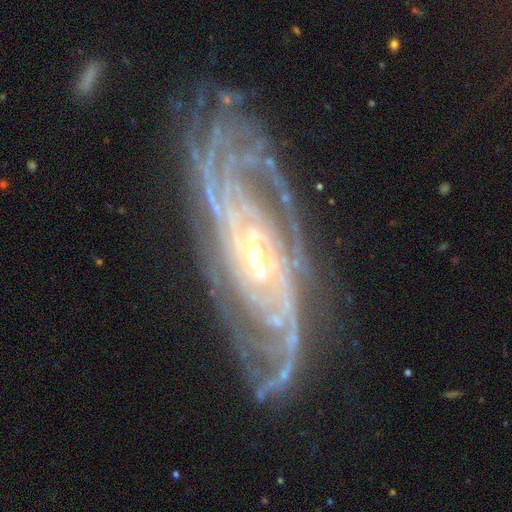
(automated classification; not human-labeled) Smooth or featured? featured or disk (91%)
Edge-on disk? no (92%)
Bar? no (42%)
Spiral arms? yes (98%)
Spiral winding? tight (70%)
Spiral arm count? can't tell (23%)
Bulge size? small (65%)
Merging? none (78%)